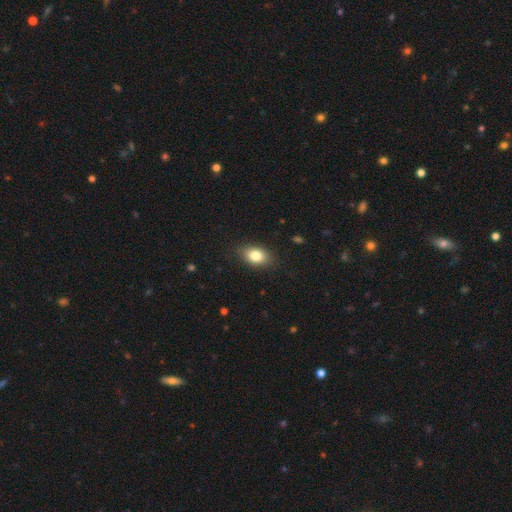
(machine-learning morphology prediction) smooth_or_featured: smooth (p=0.81) [alt: featured or disk p=0.10]
how_rounded: in between (p=0.82) [alt: round p=0.15]
merging: none (p=0.84) [alt: minor disturbance p=0.12]